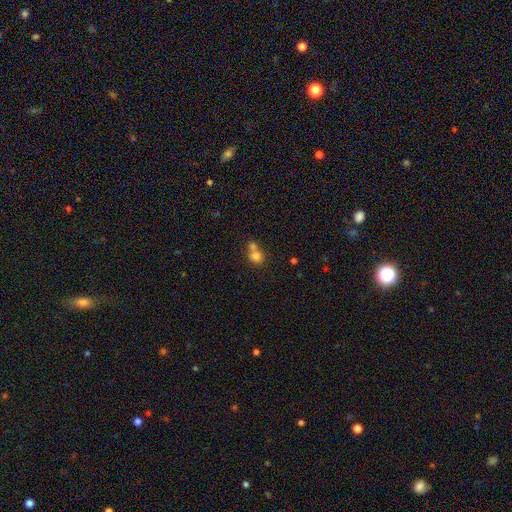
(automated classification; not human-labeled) This is likely a smooth galaxy (76%). How rounded: likely round (80%). Merging: possibly merger (56%).